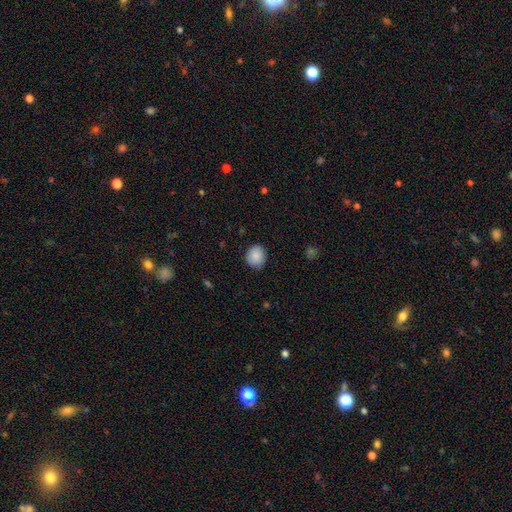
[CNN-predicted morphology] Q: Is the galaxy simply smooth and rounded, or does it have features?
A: smooth — 88%.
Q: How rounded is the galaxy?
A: round — 81%.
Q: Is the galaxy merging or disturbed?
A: none — 85%.